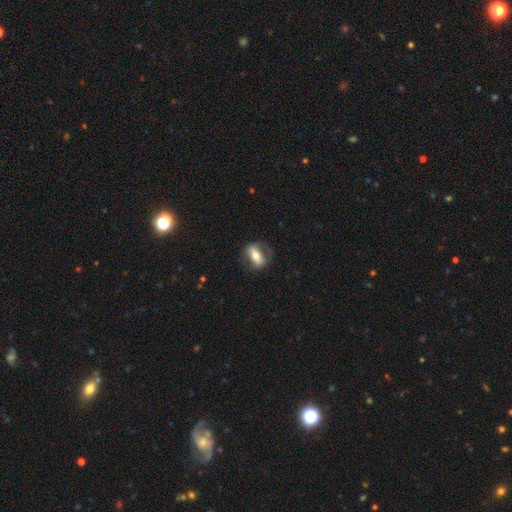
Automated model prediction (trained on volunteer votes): A featured or disk galaxy (47%).

Vote fractions:
- Smooth or featured? featured or disk: 47% / smooth: 46% / star or artifact: 7%
- Merging? none: 71% / minor disturbance: 17% / major disturbance: 11% / merger: 1%